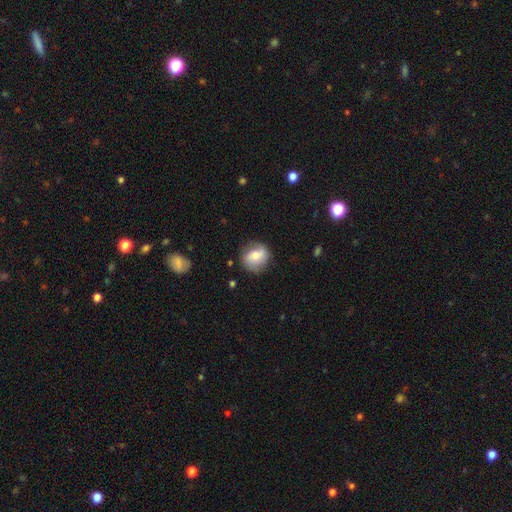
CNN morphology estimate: Overall: smooth (57%; featured or disk 35%). How rounded: round (80%). Merging: none (78%).